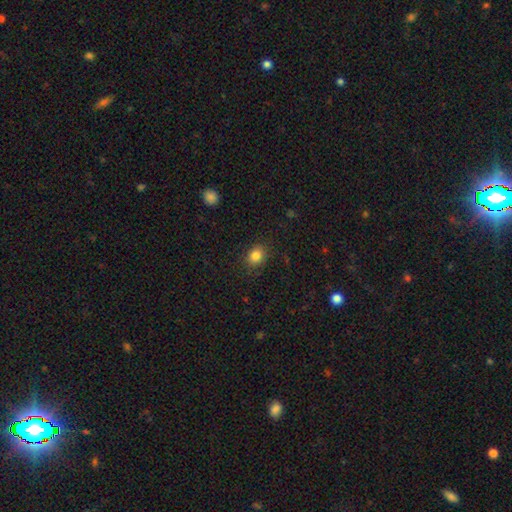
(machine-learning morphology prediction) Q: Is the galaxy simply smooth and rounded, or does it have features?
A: smooth — 83%.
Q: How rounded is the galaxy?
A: round — 57%.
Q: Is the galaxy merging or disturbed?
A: none — 86%.